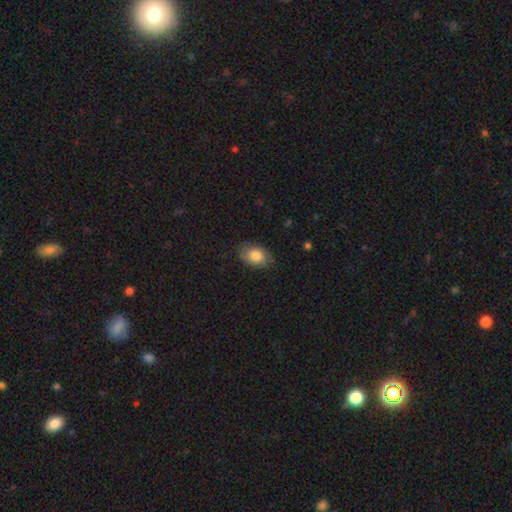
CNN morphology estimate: A smooth galaxy with no disk features (82%) that is in between round and cigar-shaped (84%).

Vote fractions:
- Smooth or featured? smooth: 82% / featured or disk: 11% / star or artifact: 7%
- How rounded? in between: 84% / round: 14% / cigar-shaped: 1%
- Merging? none: 79% / minor disturbance: 17% / major disturbance: 4% / merger: 1%